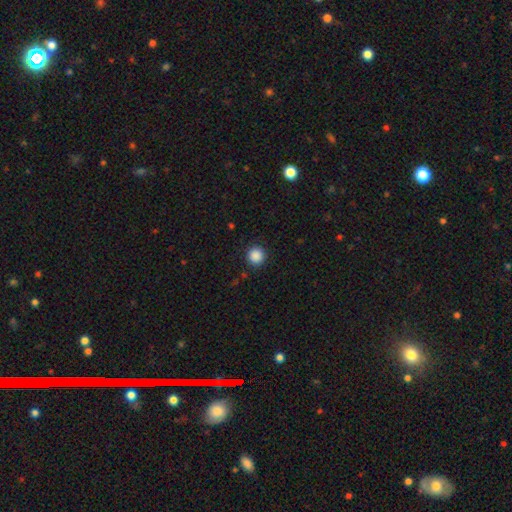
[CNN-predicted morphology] type=smooth (87%); roundness=round (95%); merging=none (91%).